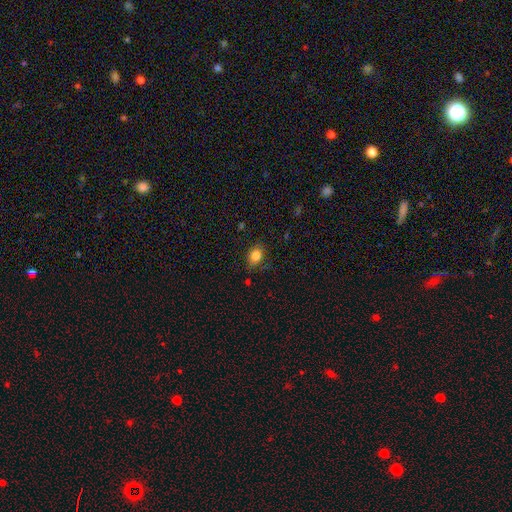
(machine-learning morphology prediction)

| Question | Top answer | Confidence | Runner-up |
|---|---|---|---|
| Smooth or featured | smooth | 83% | star or artifact (10%) |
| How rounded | in between | 59% | round (40%) |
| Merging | none | 78% | minor disturbance (16%) |